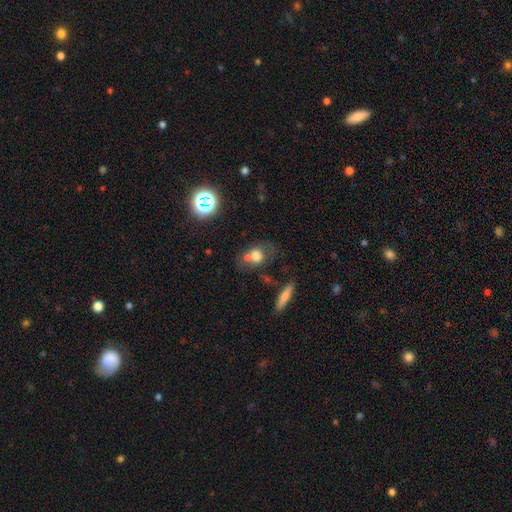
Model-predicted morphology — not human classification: A smooth galaxy with no disk features (64%) that is in between round and cigar-shaped (52%). Merging: none (38%).